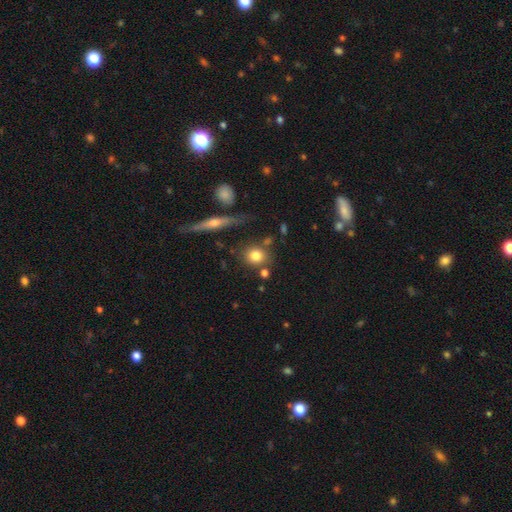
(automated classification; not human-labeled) smooth 78%, featured or disk 12%, star or artifact 10%. Down the decision tree: how rounded — round (79%); merging — none (72%).